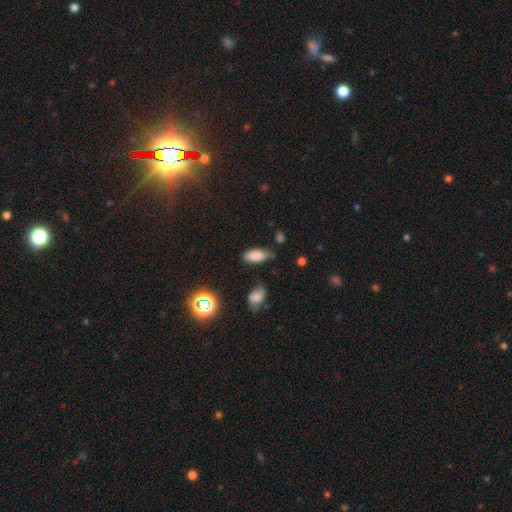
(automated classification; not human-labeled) A smooth galaxy with no disk features (82%) that is in between round and cigar-shaped (88%). Merging: none (65%).